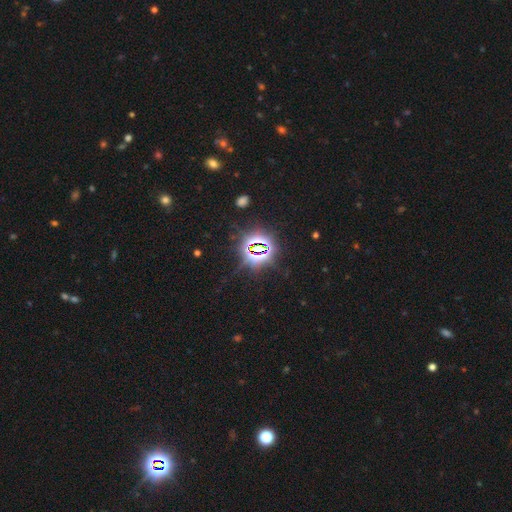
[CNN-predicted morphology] The model was most divided on "smooth or featured": star or artifact: 82%, smooth: 10%, featured or disk: 8%.